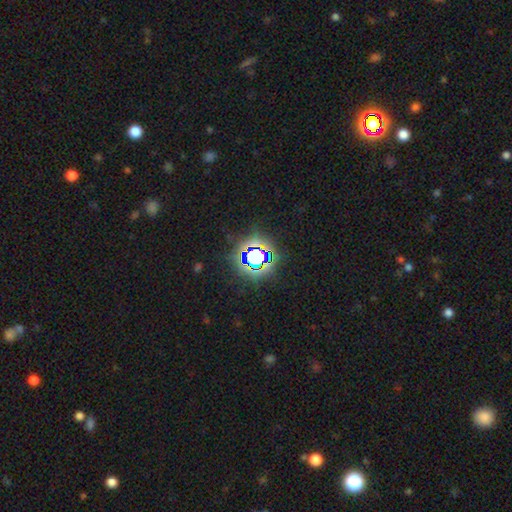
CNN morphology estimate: A star or artifact, not a galaxy (71%).